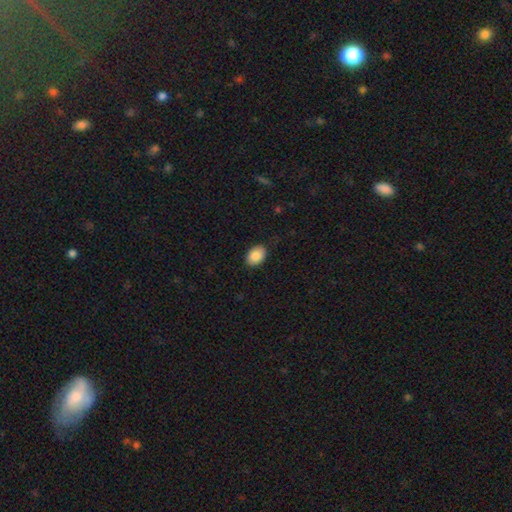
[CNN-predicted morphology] smooth-or-featured: smooth: 87% | star or artifact: 7% | featured or disk: 6%
  how-rounded: in between: 80% | round: 19% | cigar-shaped: 1%
  merging: none: 87% | minor disturbance: 10% | major disturbance: 2% | merger: 1%